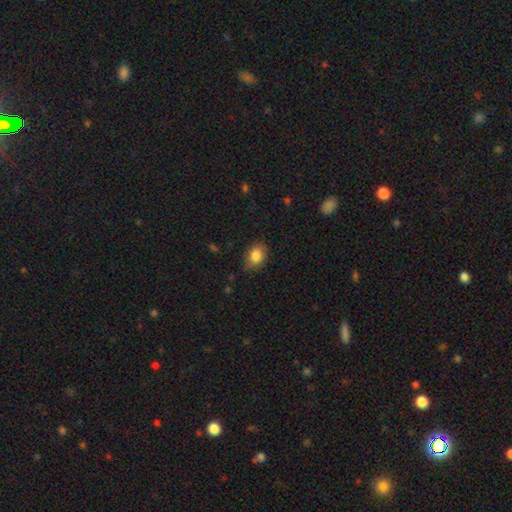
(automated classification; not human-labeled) This appears to be a smooth galaxy with no disk features (84%) that is in between round and cigar-shaped (69%). Merging: none (77%).